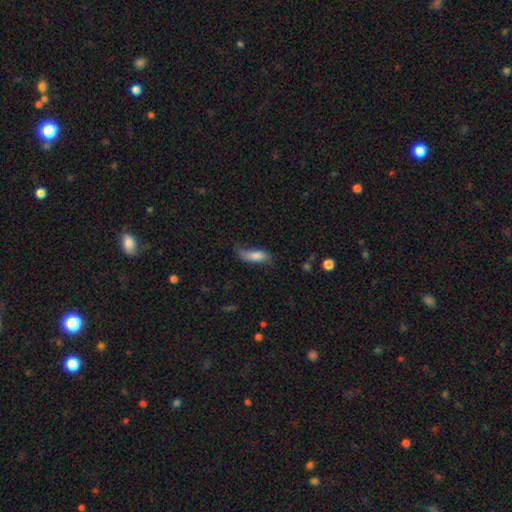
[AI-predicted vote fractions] Overall: smooth (73%). How rounded: in between (67%; cigar-shaped 30%). Merging: none (45%; minor disturbance 34%).